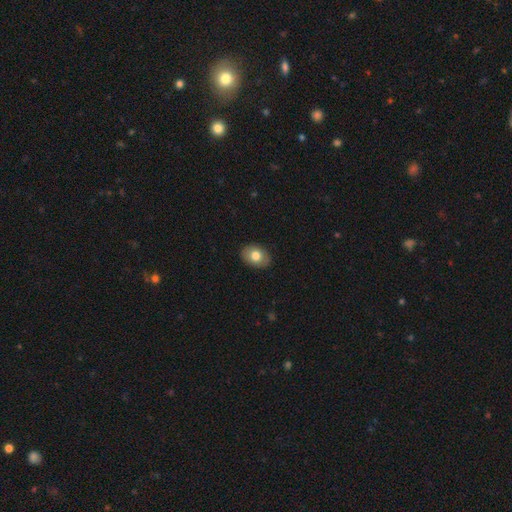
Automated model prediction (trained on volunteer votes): Smooth or featured? Predicted: smooth (p=0.77). How rounded? Predicted: in between (p=0.72). Merging? Predicted: none (p=0.89).